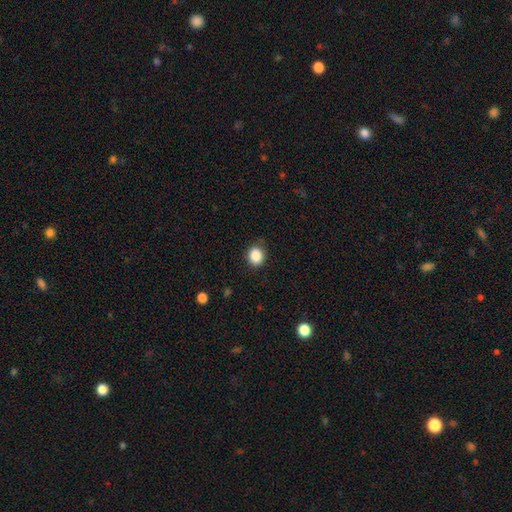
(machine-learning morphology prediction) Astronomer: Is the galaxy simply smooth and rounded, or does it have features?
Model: smooth — 87%.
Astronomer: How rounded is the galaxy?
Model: round — 72%.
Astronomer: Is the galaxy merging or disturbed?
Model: none — 82%.